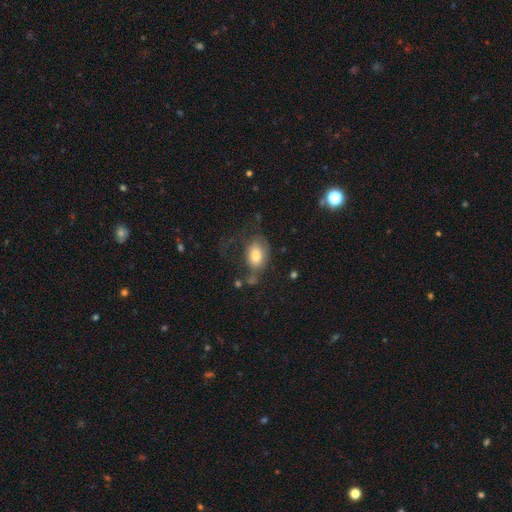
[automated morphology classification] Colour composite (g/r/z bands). It shows a smooth galaxy with no disk features (73%) that is in between round and cigar-shaped (79%). Merging: none (38%).